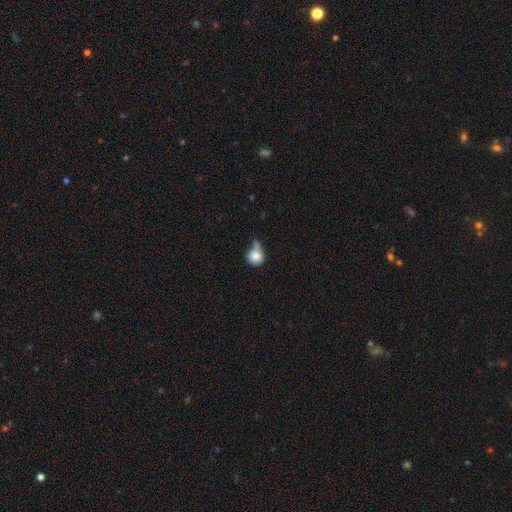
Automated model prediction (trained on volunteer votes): This is likely a smooth galaxy (76%). How rounded: likely round (80%). Merging: marginally none (30%).